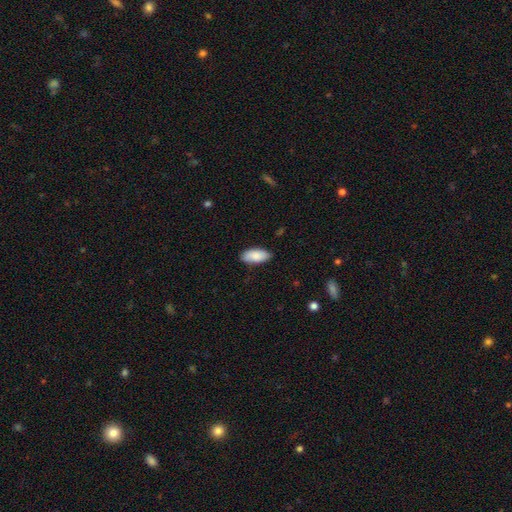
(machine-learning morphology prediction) Smooth or featured: smooth — 87% (featured or disk — 7%)
How rounded: in between — 90% (cigar-shaped — 8%)
Merging: none — 84% (minor disturbance — 13%)